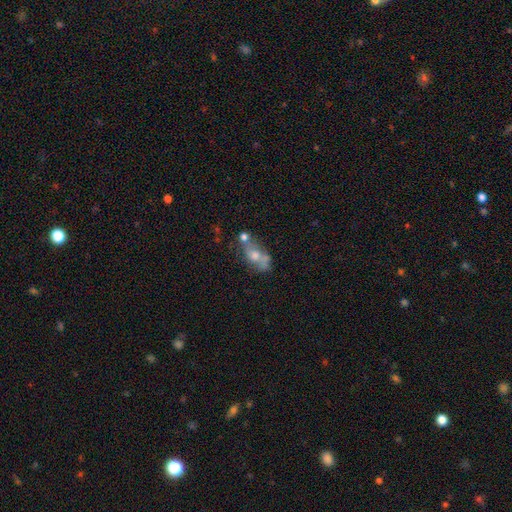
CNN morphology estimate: A smooth galaxy with no disk features (48%).

Vote fractions:
- Smooth or featured? smooth: 48% / featured or disk: 41% / star or artifact: 11%
- Merging? none: 35% / merger: 30% / minor disturbance: 19% / major disturbance: 15%